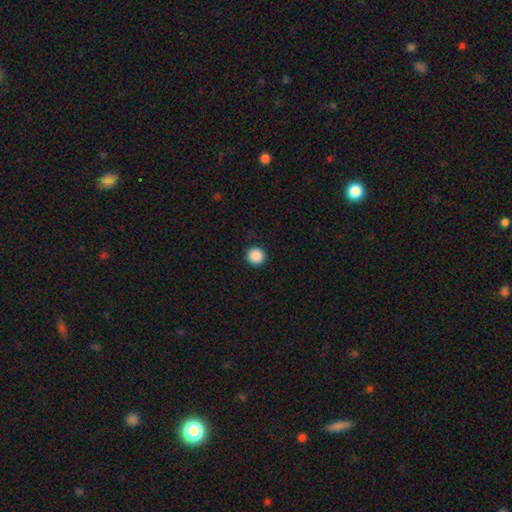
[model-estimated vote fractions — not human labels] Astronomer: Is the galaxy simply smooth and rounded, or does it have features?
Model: smooth — 89%.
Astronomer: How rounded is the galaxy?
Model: round — 94%.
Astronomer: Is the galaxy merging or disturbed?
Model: none — 92%.